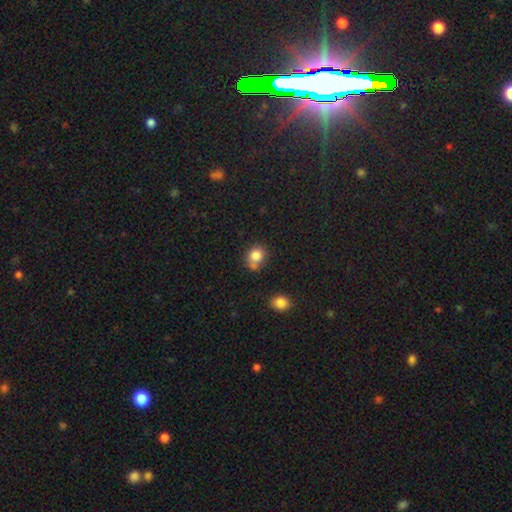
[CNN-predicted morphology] Smooth or featured: smooth — 82% (star or artifact — 11%)
How rounded: round — 73% (in between — 27%)
Merging: none — 56% (minor disturbance — 20%)